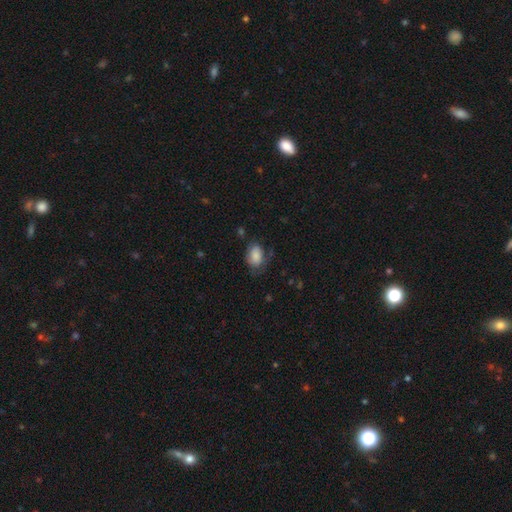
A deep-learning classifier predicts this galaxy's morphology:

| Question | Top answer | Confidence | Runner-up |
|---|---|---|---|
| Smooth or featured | smooth | 82% | featured or disk (10%) |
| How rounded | in between | 82% | round (17%) |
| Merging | none | 54% | minor disturbance (29%) |